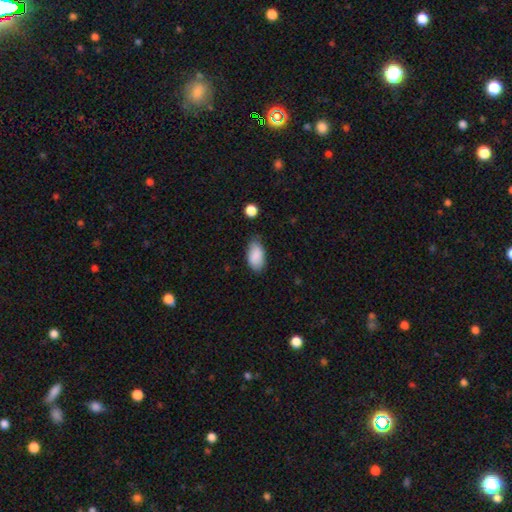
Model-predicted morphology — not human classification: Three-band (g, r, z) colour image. It shows a smooth galaxy with no disk features (87%) that is in between round and cigar-shaped (94%). Merging: none (71%).